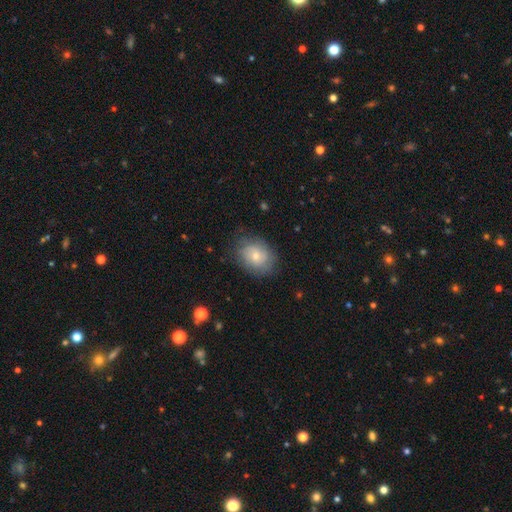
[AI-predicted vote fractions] A smooth galaxy with no disk features (49%).

Vote fractions:
- Smooth or featured? smooth: 49% / featured or disk: 40% / star or artifact: 10%
- Merging? none: 78% / minor disturbance: 16% / major disturbance: 5% / merger: 1%